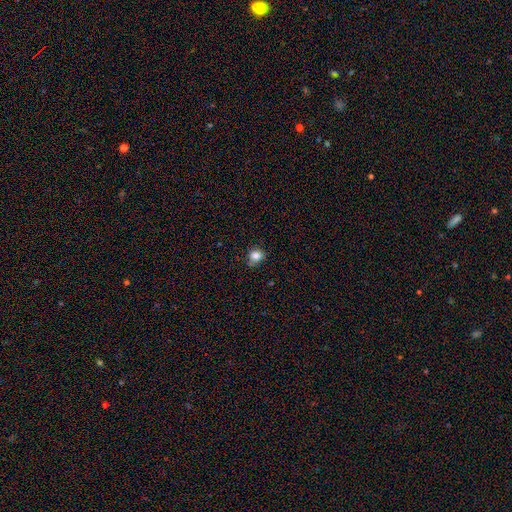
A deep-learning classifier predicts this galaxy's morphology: A smooth galaxy with no disk features (82%) that is round (69%).

Vote fractions:
- Smooth or featured? smooth: 82% / star or artifact: 12% / featured or disk: 7%
- How rounded? round: 69% / in between: 30% / cigar-shaped: 1%
- Merging? none: 65% / minor disturbance: 27% / major disturbance: 5% / merger: 3%